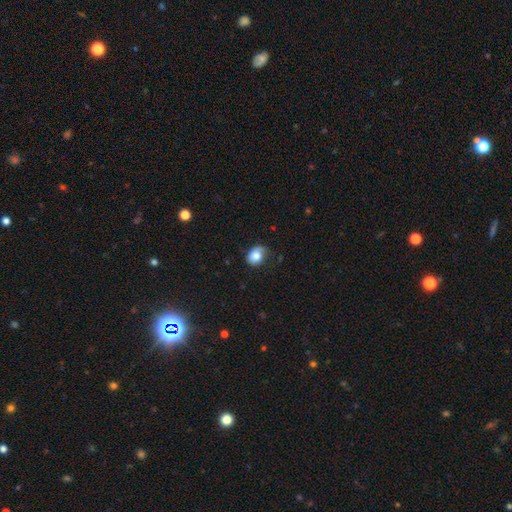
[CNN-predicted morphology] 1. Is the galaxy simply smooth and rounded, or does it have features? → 80% smooth, 11% featured or disk, 9% star or artifact.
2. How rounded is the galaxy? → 55% in between, 44% round, 1% cigar-shaped.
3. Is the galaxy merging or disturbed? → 61% none, 30% minor disturbance, 7% major disturbance, 2% merger.